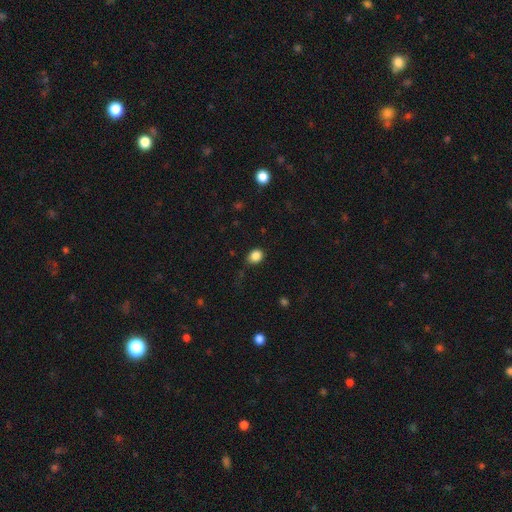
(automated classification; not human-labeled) Overall: smooth (86%). How rounded: round (51%; in between 48%). Merging: none (75%).